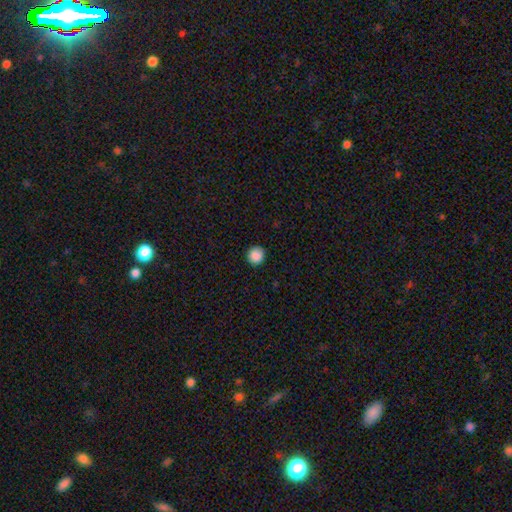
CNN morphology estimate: Smooth or featured?
  - smooth: 88% *
  - star or artifact: 9%
  - featured or disk: 2%
How rounded?
  - round: 93% *
  - in between: 6%
  - cigar-shaped: 1%
Merging?
  - none: 92% *
  - minor disturbance: 5%
  - major disturbance: 2%
  - merger: 1%